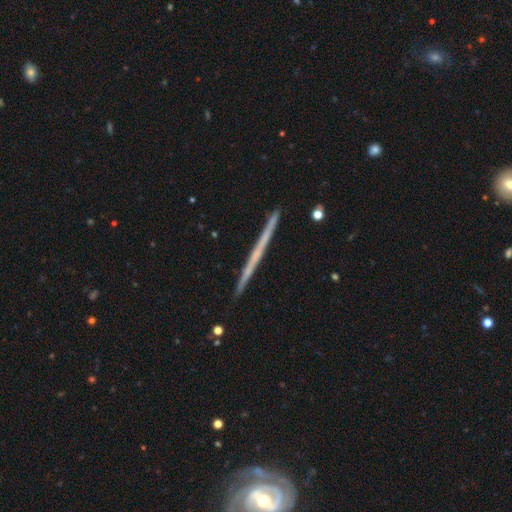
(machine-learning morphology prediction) A featured or disk galaxy (65%) viewed edge-on (98%) with no central bulge (83%). Merging: none (91%).